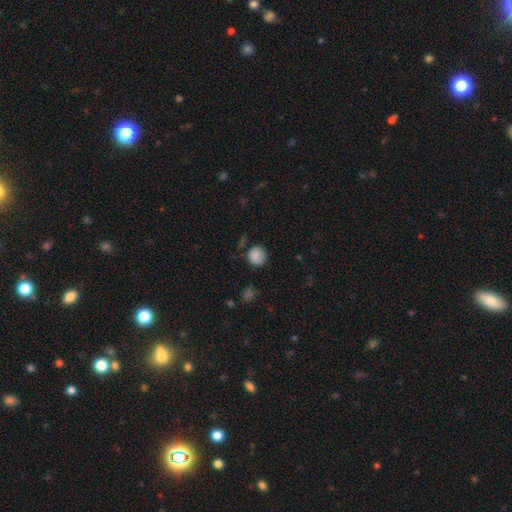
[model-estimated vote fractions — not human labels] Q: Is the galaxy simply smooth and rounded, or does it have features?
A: smooth — 85%.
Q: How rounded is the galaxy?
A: round — 83%.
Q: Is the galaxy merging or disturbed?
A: none — 70%.